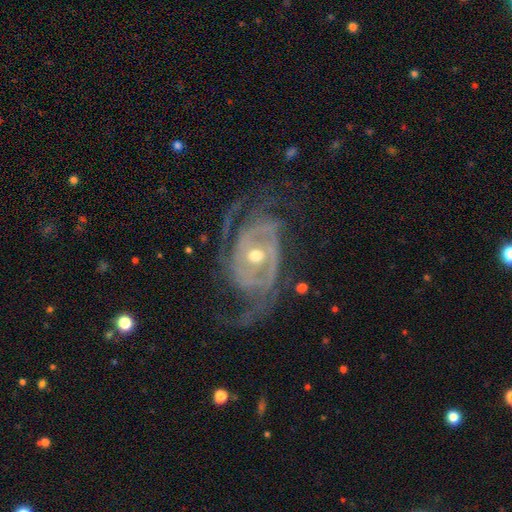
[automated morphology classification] smooth_or_featured: featured or disk (p=0.90) [alt: star or artifact p=0.05]
disk_edge_on: no (p=0.96) [alt: yes p=0.04]
bar: no (p=0.66) [alt: weak p=0.23]
has_spiral_arms: yes (p=0.95) [alt: no p=0.05]
spiral_winding: tight (p=0.49) [alt: medium p=0.37]
spiral_arm_count: 2 (p=0.35) [alt: 3 p=0.24]
bulge_size: moderate (p=0.57) [alt: small p=0.39]
merging: none (p=0.58) [alt: major disturbance p=0.21]